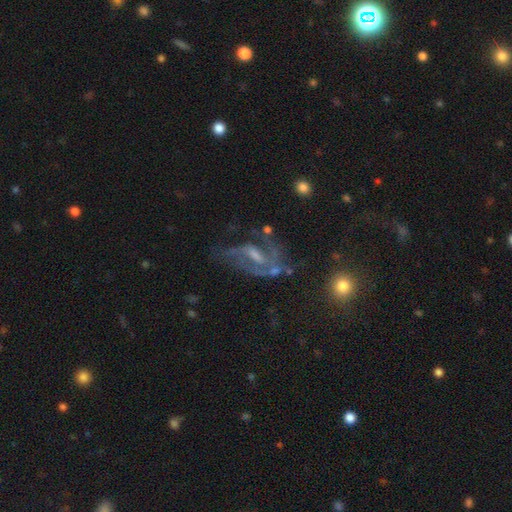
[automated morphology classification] Smooth or featured: featured or disk — 76% (star or artifact — 13%)
Edge-on disk: no — 94% (yes — 6%)
Bar: weak — 47% (no — 28%)
Spiral arms: yes — 85% (no — 15%)
Spiral winding: medium — 46% (loose — 33%)
Spiral arm count: 2 — 64% (can't tell — 18%)
Bulge size: small — 43% (moderate — 33%)
Merging: none — 46% (major disturbance — 27%)